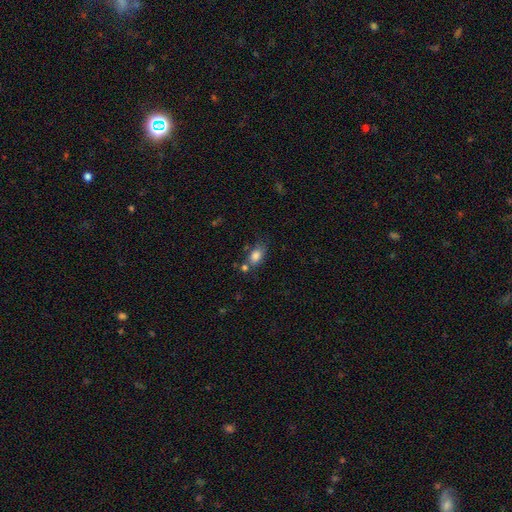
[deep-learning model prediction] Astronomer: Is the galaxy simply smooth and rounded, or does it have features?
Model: smooth — 82%.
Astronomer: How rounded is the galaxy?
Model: in between — 83%.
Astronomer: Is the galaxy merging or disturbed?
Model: none — 59%.